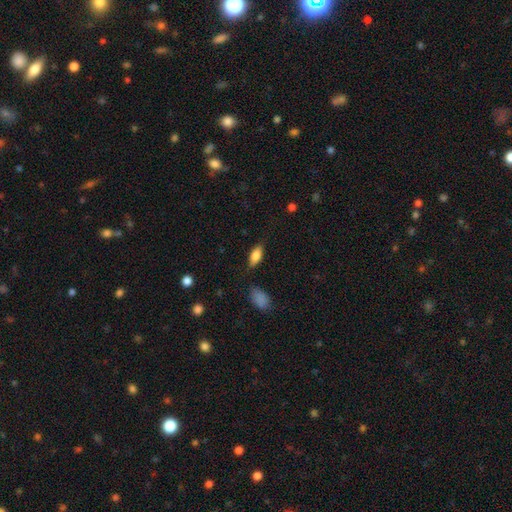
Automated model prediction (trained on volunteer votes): This appears to be a smooth galaxy with no disk features (79%) that is in between round and cigar-shaped (86%). Merging: none (79%).